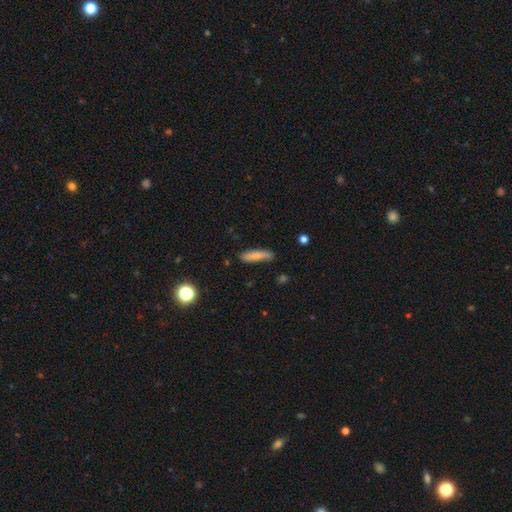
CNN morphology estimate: Smooth or featured? Predicted: smooth (p=0.81). How rounded? Predicted: cigar-shaped (p=0.78). Merging? Predicted: none (p=0.75).